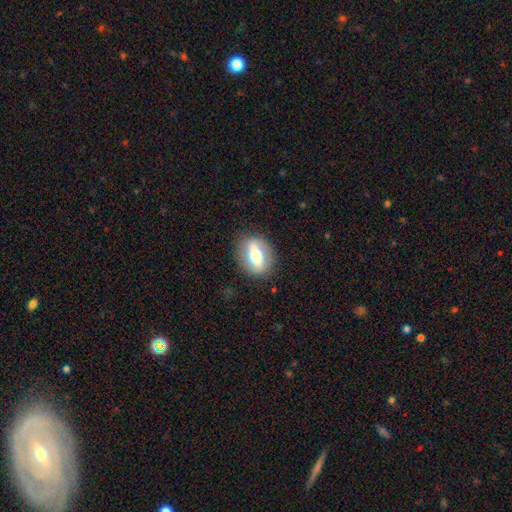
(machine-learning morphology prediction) Smooth or featured? featured or disk (48%)
Merging? none (84%)